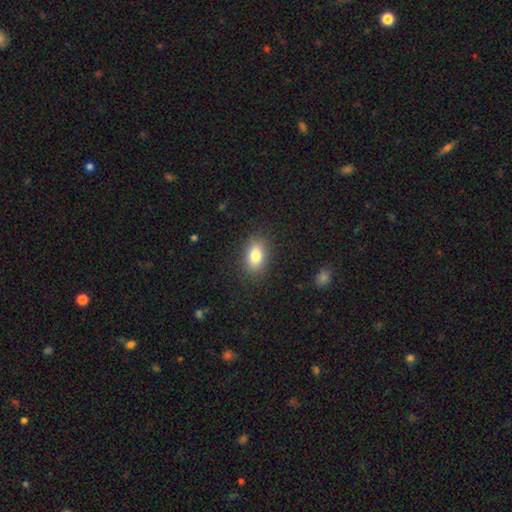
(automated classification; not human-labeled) Overall: smooth (81%). How rounded: in between (87%). Merging: none (87%).